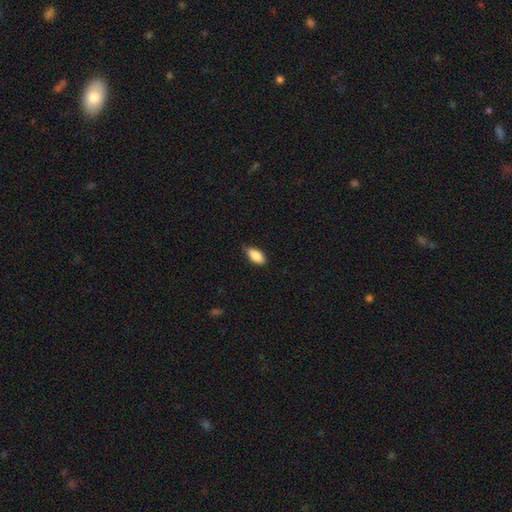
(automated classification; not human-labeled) A smooth galaxy with no disk features (86%) that is in between round and cigar-shaped (90%).

Vote fractions:
- Smooth or featured? smooth: 86% / star or artifact: 7% / featured or disk: 7%
- How rounded? in between: 90% / cigar-shaped: 7% / round: 3%
- Merging? none: 69% / minor disturbance: 26% / major disturbance: 3% / merger: 1%